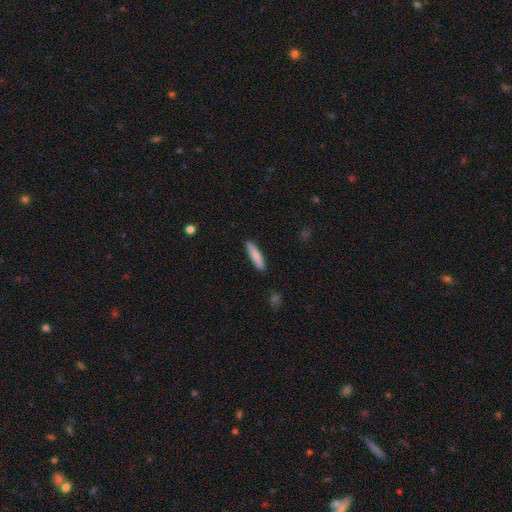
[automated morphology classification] Smooth or featured? smooth (83%)
How rounded? cigar-shaped (83%)
Merging? none (90%)